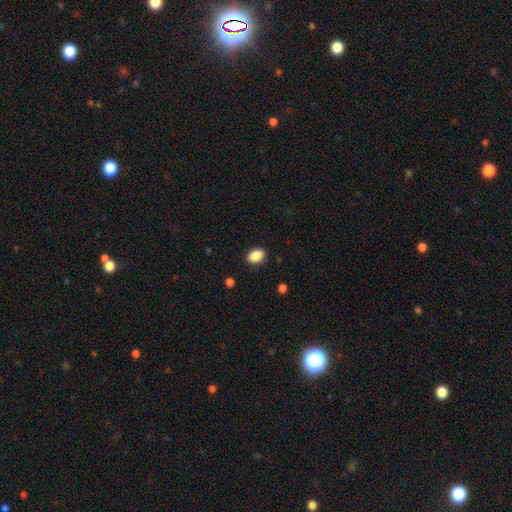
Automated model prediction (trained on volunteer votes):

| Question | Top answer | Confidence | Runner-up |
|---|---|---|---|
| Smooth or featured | smooth | 89% | star or artifact (8%) |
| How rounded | in between | 75% | round (24%) |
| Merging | none | 88% | minor disturbance (9%) |